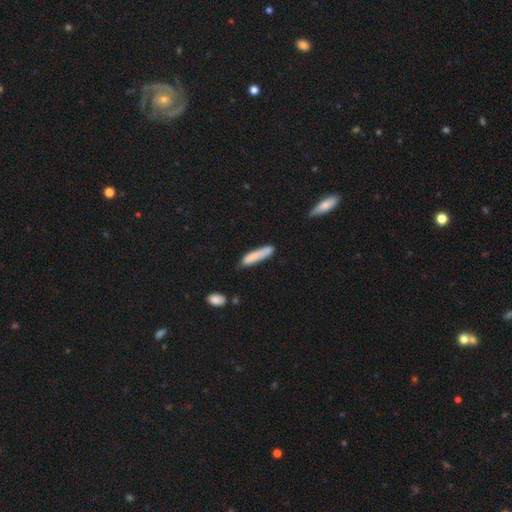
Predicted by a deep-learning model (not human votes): Smooth or featured? Predicted: smooth (p=0.78). How rounded? Predicted: cigar-shaped (p=0.85). Merging? Predicted: none (p=0.71).